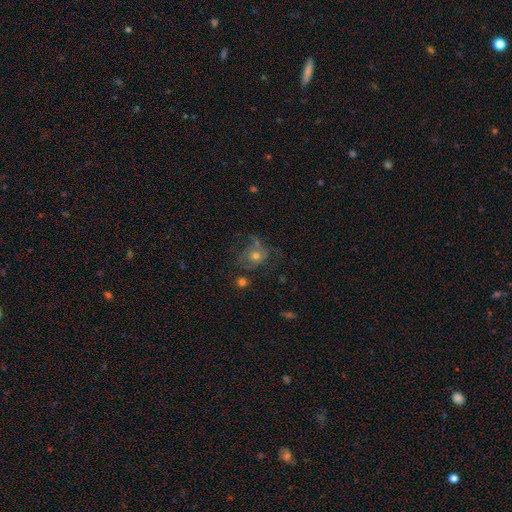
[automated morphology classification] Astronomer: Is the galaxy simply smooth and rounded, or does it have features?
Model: featured or disk — 48% (runner-up: smooth, 37%).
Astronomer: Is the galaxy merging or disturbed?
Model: none — 44% (runner-up: major disturbance, 27%).